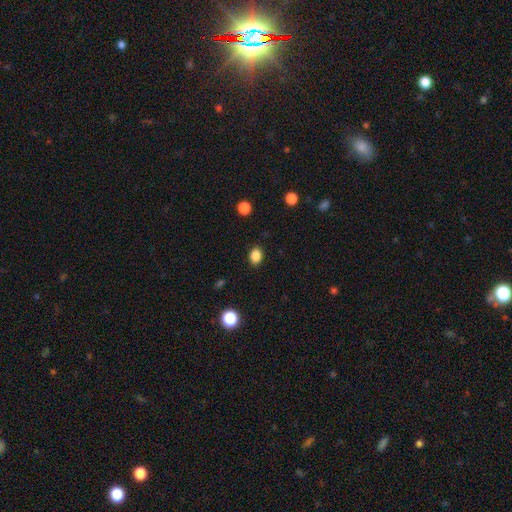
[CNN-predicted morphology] Smooth or featured? Predicted: smooth (p=0.86). How rounded? Predicted: in between (p=0.61). Merging? Predicted: none (p=0.89).